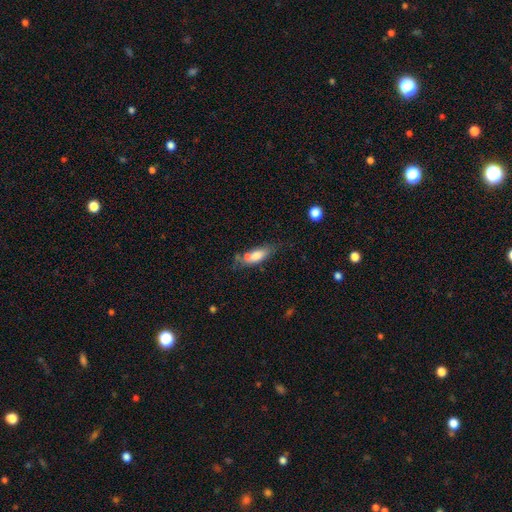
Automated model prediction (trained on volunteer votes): A smooth galaxy with no disk features (73%) that is in between round and cigar-shaped (66%).

Vote fractions:
- Smooth or featured? smooth: 73% / featured or disk: 20% / star or artifact: 8%
- How rounded? in between: 66% / cigar-shaped: 31% / round: 3%
- Merging? none: 48% / minor disturbance: 25% / merger: 17% / major disturbance: 10%